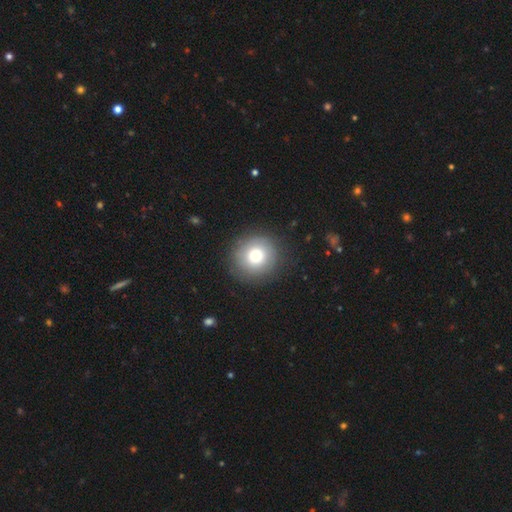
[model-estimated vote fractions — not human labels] smooth-or-featured: smooth: 76% | featured or disk: 14% | star or artifact: 10%
  how-rounded: round: 93% | in between: 6% | cigar-shaped: 1%
  merging: none: 87% | minor disturbance: 8% | major disturbance: 3% | merger: 1%